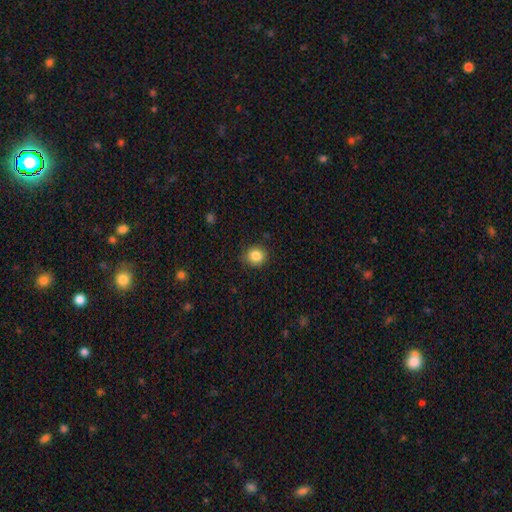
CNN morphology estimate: This appears to be a smooth galaxy with no disk features (85%) that is round (81%). Merging: none (85%).